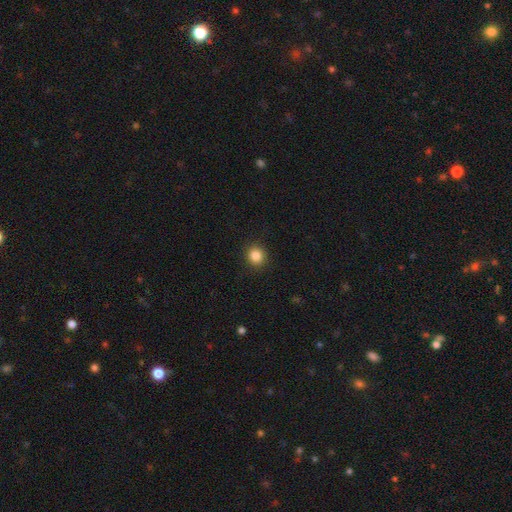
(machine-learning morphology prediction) Smooth or featured? smooth (86%)
How rounded? round (89%)
Merging? none (91%)